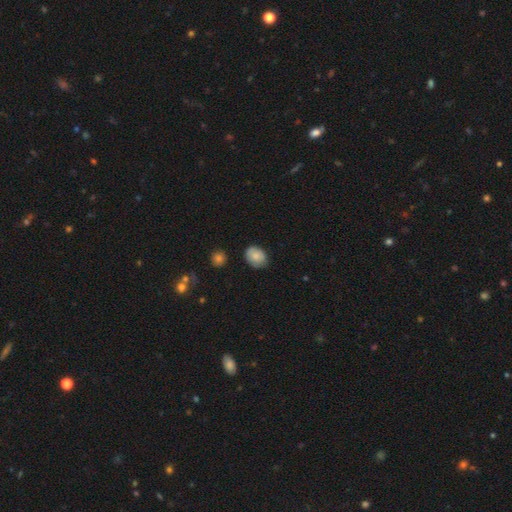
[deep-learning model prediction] Overall: smooth (78%). How rounded: in between (59%; round 40%). Merging: none (74%).